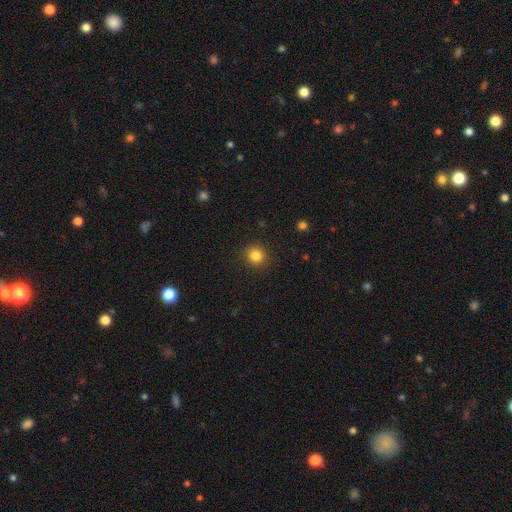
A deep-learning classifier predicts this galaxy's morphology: Smooth or featured?
  - smooth: 83% *
  - star or artifact: 12%
  - featured or disk: 5%
How rounded?
  - round: 91% *
  - in between: 8%
  - cigar-shaped: 1%
Merging?
  - none: 91% *
  - minor disturbance: 6%
  - major disturbance: 2%
  - merger: 1%